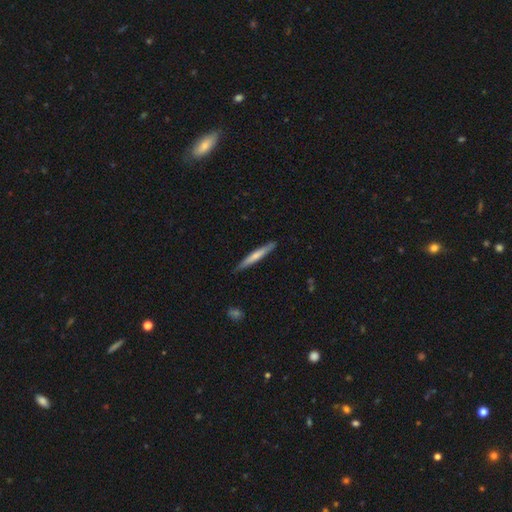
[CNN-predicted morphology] Overall: smooth (54%; featured or disk 41%). How rounded: cigar-shaped (95%). Merging: none (87%).